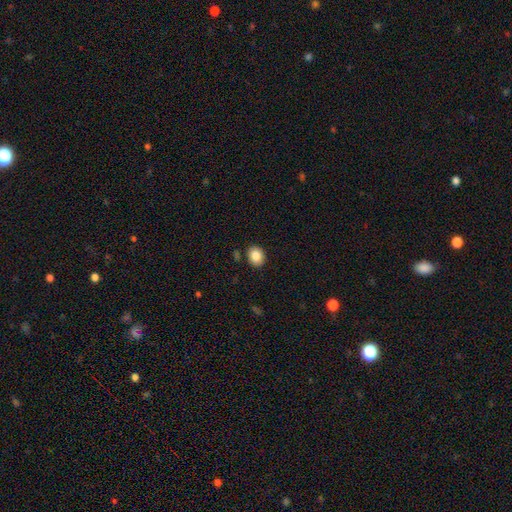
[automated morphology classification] smooth-or-featured: smooth: 86% | star or artifact: 9% | featured or disk: 6%
  how-rounded: round: 56% | in between: 43% | cigar-shaped: 1%
  merging: none: 88% | minor disturbance: 8% | merger: 2% | major disturbance: 2%